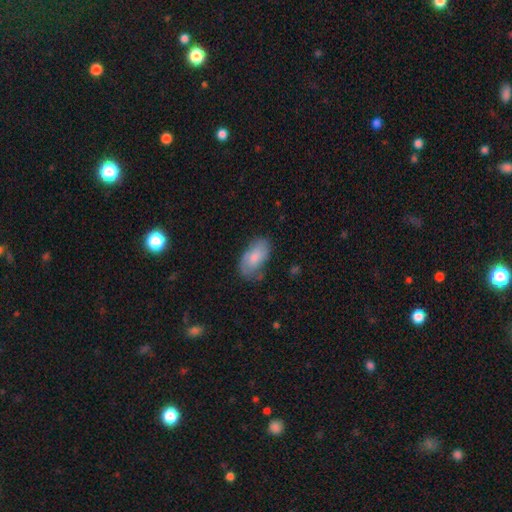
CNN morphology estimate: smooth 72%, featured or disk 20%, star or artifact 7%. Down the decision tree: how rounded — in between (93%); merging — none (67%).